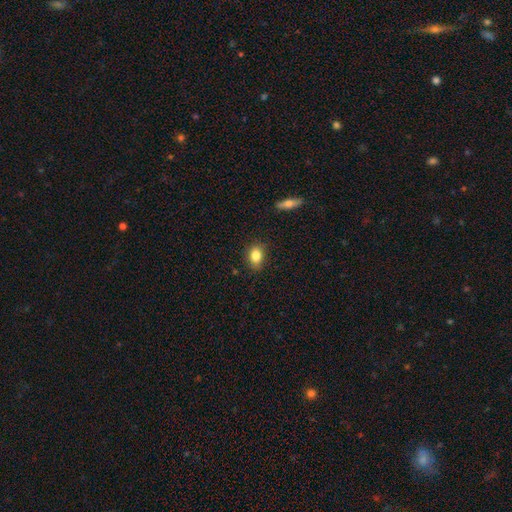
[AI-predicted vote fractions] A smooth galaxy with no disk features (83%) that is in between round and cigar-shaped (70%). Merging: none (83%).